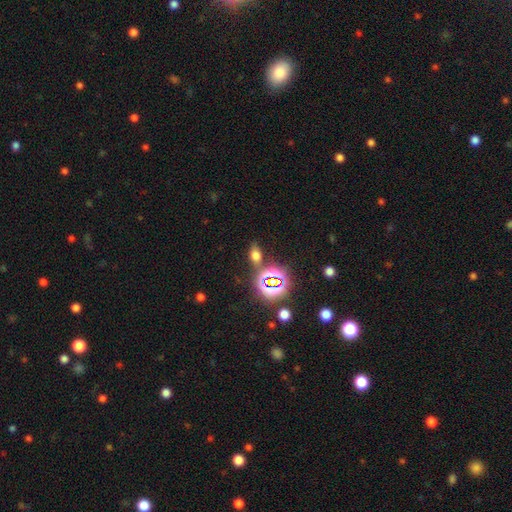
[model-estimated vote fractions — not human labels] Smooth or featured?
  - smooth: 56% *
  - star or artifact: 32%
  - featured or disk: 12%
How rounded?
  - in between: 74% *
  - round: 20%
  - cigar-shaped: 5%
Merging?
  - none: 74% *
  - minor disturbance: 12%
  - merger: 9%
  - major disturbance: 5%